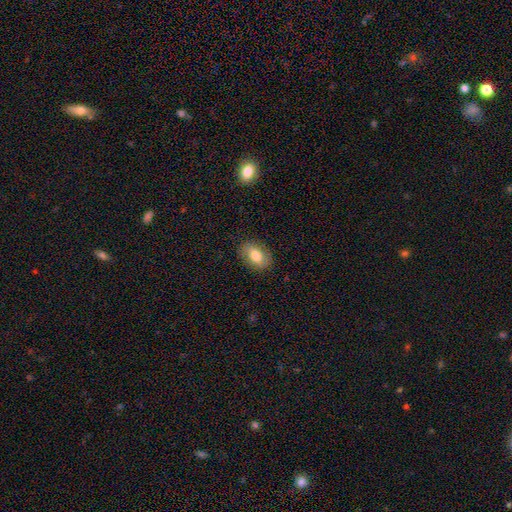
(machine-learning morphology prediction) type=smooth (73%); roundness=in between (84%); merging=none (85%).